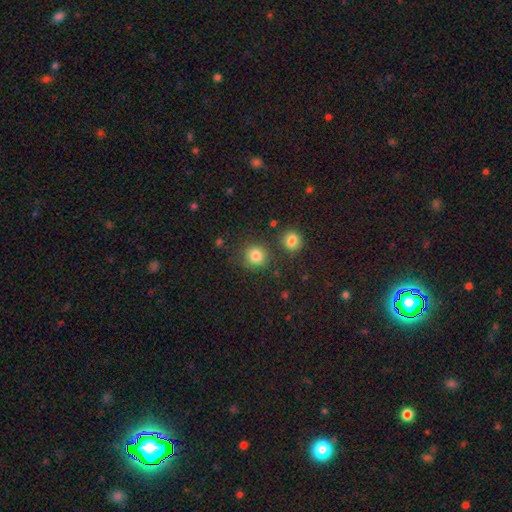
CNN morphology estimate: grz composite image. It shows a smooth galaxy with no disk features (83%) that is round (90%). Merging: none (82%).